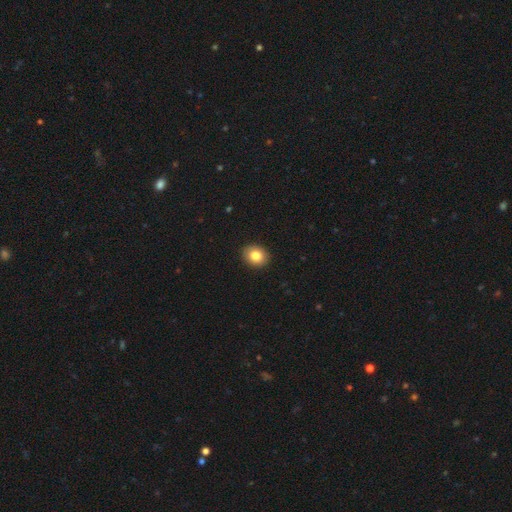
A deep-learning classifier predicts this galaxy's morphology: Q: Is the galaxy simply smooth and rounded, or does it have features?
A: smooth — 84%.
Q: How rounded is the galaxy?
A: round — 56%.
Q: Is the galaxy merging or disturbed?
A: none — 91%.